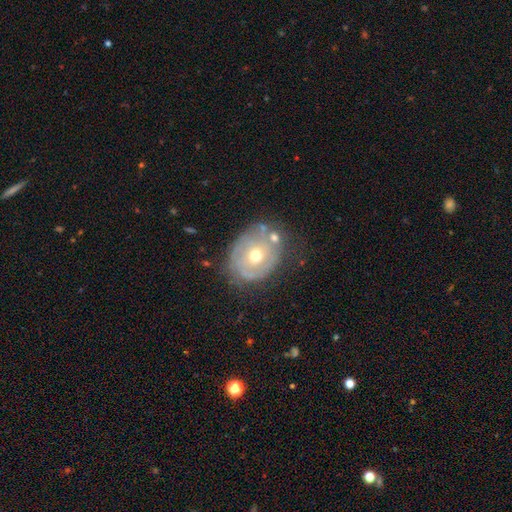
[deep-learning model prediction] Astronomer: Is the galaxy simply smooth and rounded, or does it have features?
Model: featured or disk — 57% (runner-up: smooth, 35%).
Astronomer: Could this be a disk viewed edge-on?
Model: no — 95%.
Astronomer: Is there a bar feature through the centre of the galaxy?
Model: no — 83%.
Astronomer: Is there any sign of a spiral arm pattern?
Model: no — 53% (runner-up: yes, 47%).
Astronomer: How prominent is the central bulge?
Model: moderate — 66%.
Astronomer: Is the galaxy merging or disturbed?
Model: none — 58%.